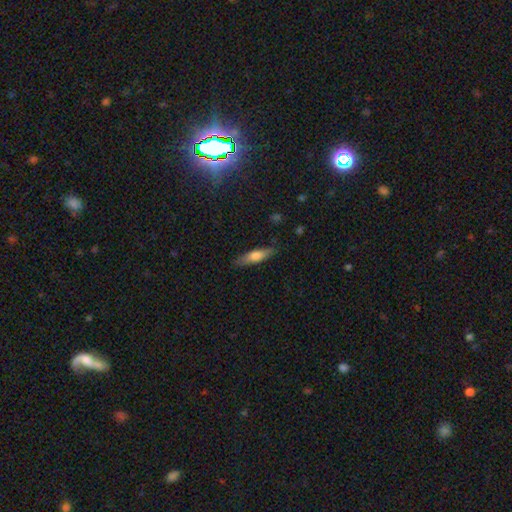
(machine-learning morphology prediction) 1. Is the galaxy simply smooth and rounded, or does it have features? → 62% smooth, 31% featured or disk, 6% star or artifact.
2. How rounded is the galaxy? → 66% cigar-shaped, 32% in between, 2% round.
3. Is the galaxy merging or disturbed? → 83% none, 13% minor disturbance, 3% major disturbance, 1% merger.